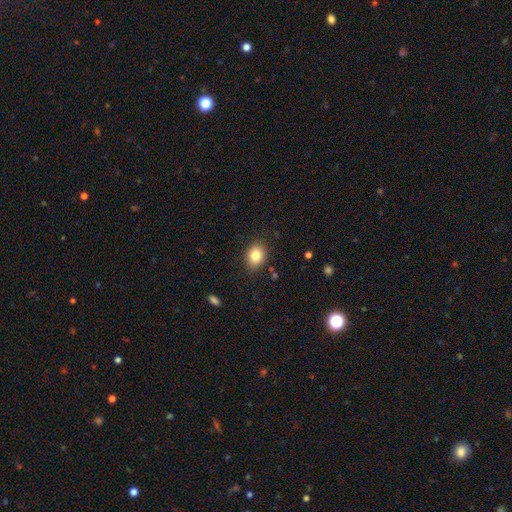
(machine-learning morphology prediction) Q: Smooth or featured?
A: smooth (82%); runner-up: star or artifact (9%)
Q: How rounded?
A: in between (59%); runner-up: round (40%)
Q: Merging?
A: none (85%); runner-up: minor disturbance (11%)